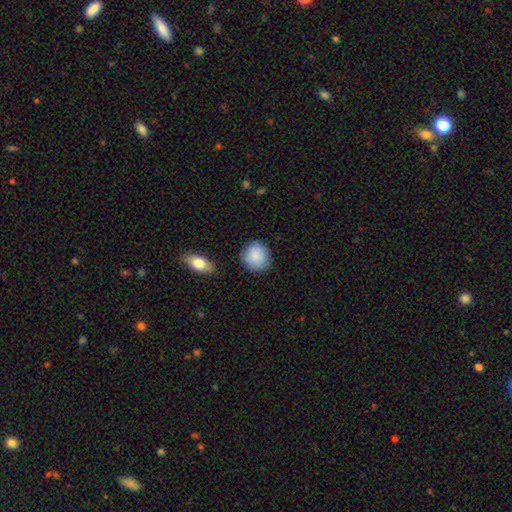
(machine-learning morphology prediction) type=smooth (86%); roundness=round (81%); merging=none (81%).